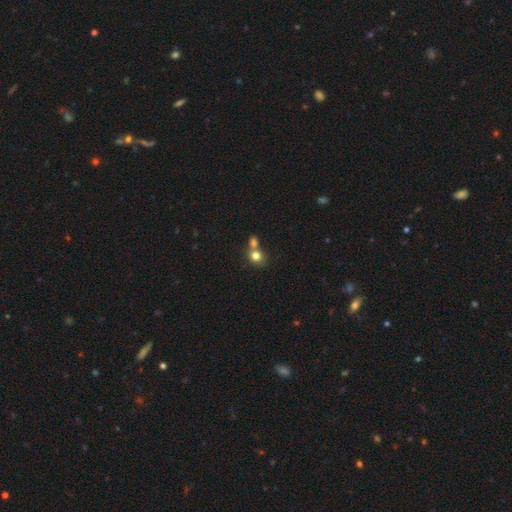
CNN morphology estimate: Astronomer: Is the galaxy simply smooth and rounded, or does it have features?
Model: smooth — 80%.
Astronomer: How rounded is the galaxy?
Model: round — 74%.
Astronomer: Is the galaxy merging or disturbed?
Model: merger — 49% (runner-up: none, 39%).